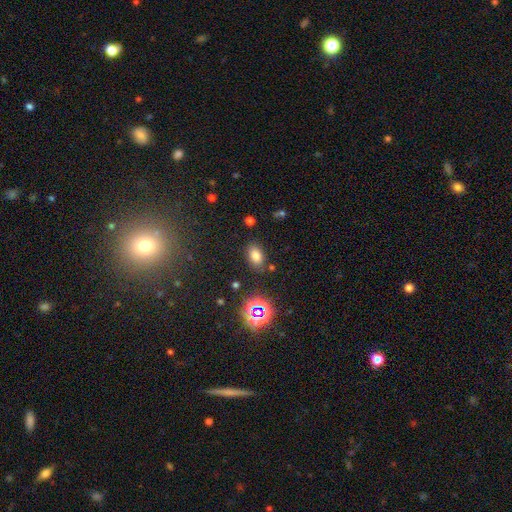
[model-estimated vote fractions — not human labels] Smooth or featured? Predicted: smooth (p=0.73). How rounded? Predicted: in between (p=0.85). Merging? Predicted: none (p=0.82).